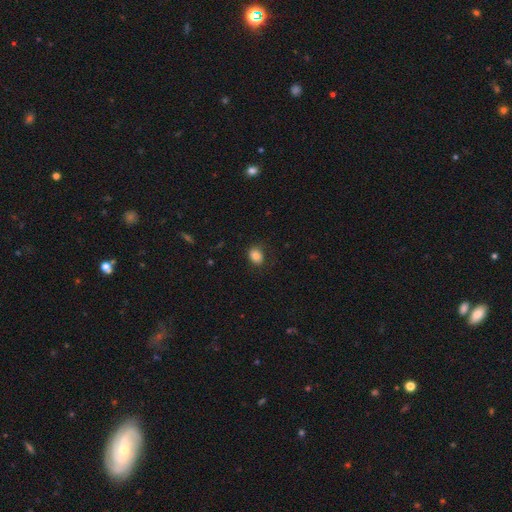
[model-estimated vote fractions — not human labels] Overall: smooth (83%). How rounded: in between (55%; round 44%). Merging: none (76%).